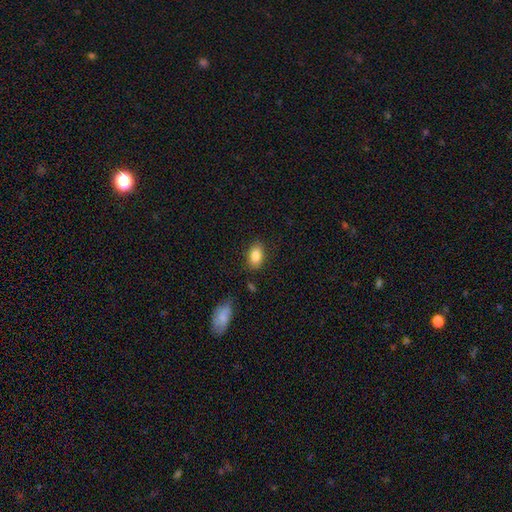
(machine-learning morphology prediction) Smooth or featured?
  - smooth: 85% *
  - star or artifact: 8%
  - featured or disk: 7%
How rounded?
  - in between: 88% *
  - round: 10%
  - cigar-shaped: 2%
Merging?
  - none: 83% *
  - minor disturbance: 12%
  - major disturbance: 3%
  - merger: 2%